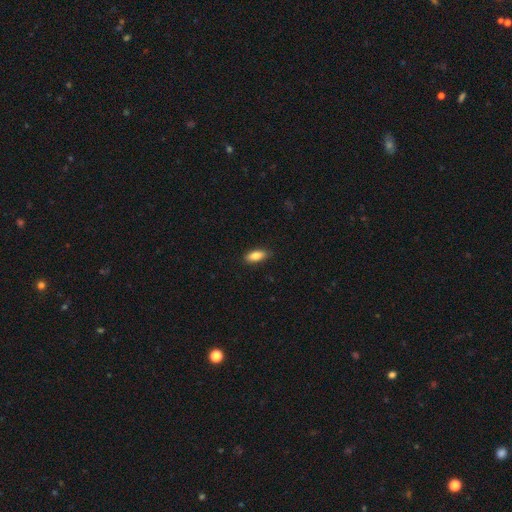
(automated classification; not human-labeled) Overall: smooth (84%). How rounded: in between (83%). Merging: none (86%).